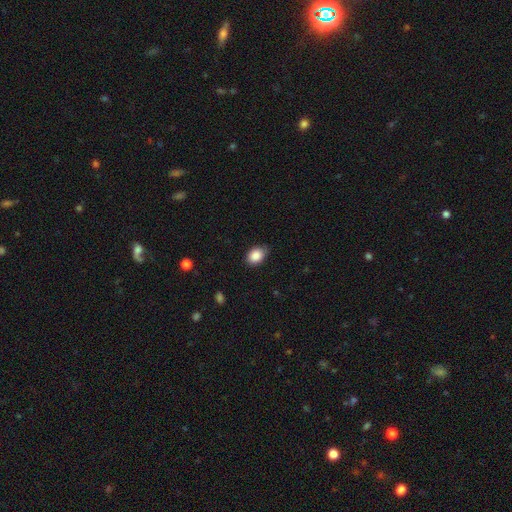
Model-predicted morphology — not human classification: smooth 88%, star or artifact 8%, featured or disk 4%. Down the decision tree: how rounded — in between (72%); merging — none (75%).